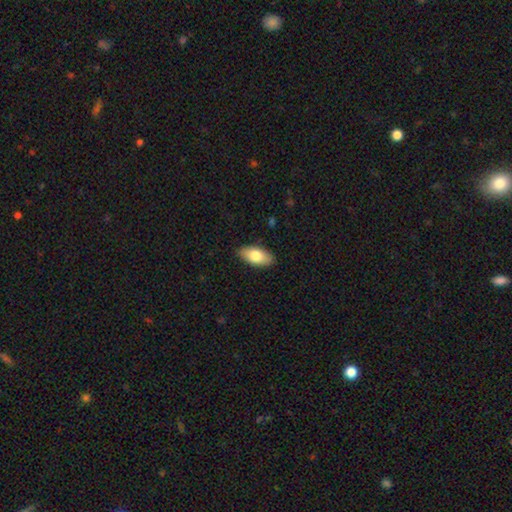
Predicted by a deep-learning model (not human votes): A smooth galaxy with no disk features (77%) that is in between round and cigar-shaped (92%).

Vote fractions:
- Smooth or featured? smooth: 77% / featured or disk: 17% / star or artifact: 6%
- How rounded? in between: 92% / cigar-shaped: 6% / round: 3%
- Merging? none: 88% / minor disturbance: 9% / major disturbance: 2% / merger: 1%